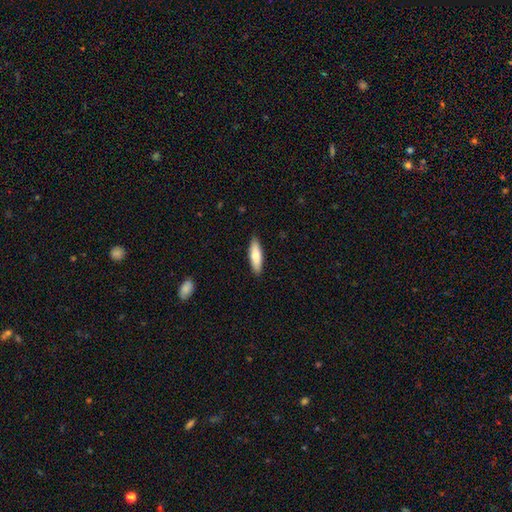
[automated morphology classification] type=smooth (76%); roundness=cigar-shaped (58%); merging=none (89%).